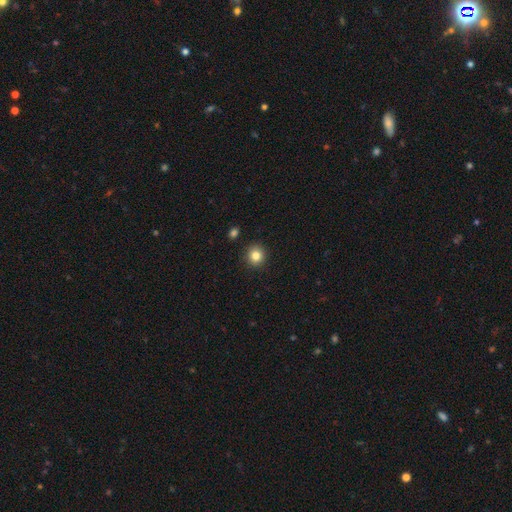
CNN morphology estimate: Smooth or featured? smooth (83%)
How rounded? round (92%)
Merging? none (91%)